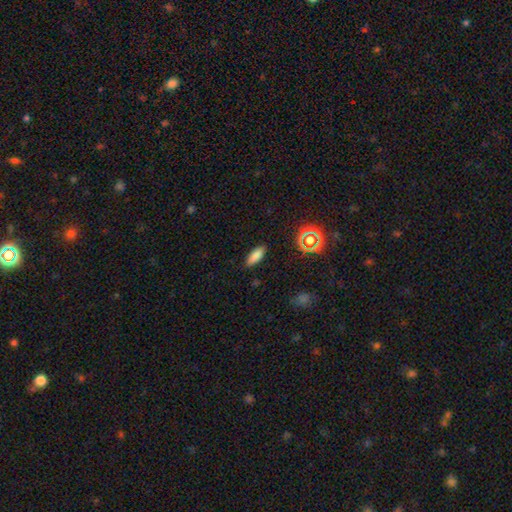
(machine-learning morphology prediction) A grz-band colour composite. It shows a smooth galaxy with no disk features (82%) that is in between round and cigar-shaped (72%). Merging: none (87%).